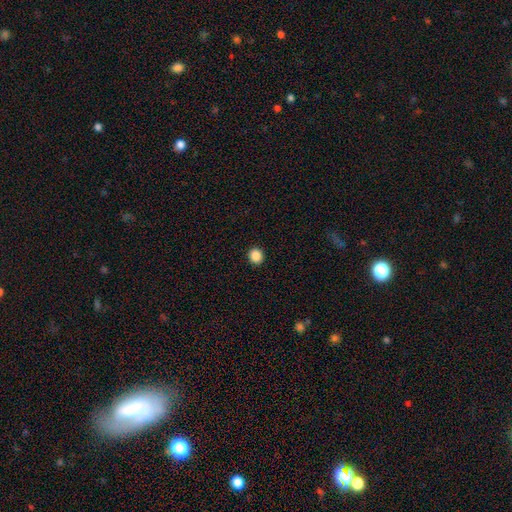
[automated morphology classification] Q: Smooth or featured?
A: smooth (88%); runner-up: star or artifact (10%)
Q: How rounded?
A: round (85%); runner-up: in between (14%)
Q: Merging?
A: none (93%); runner-up: minor disturbance (5%)